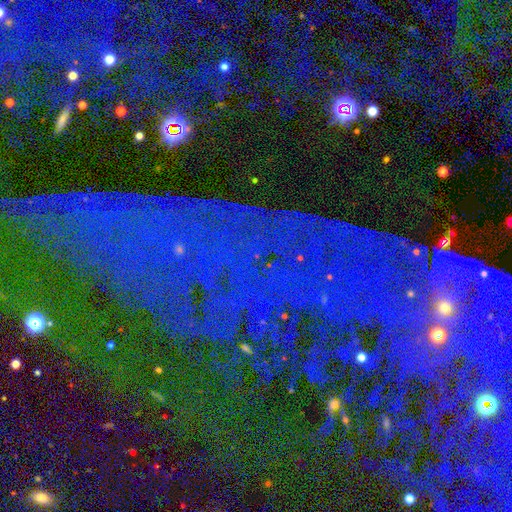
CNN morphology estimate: star or artifact 85%, smooth 8%, featured or disk 8%.